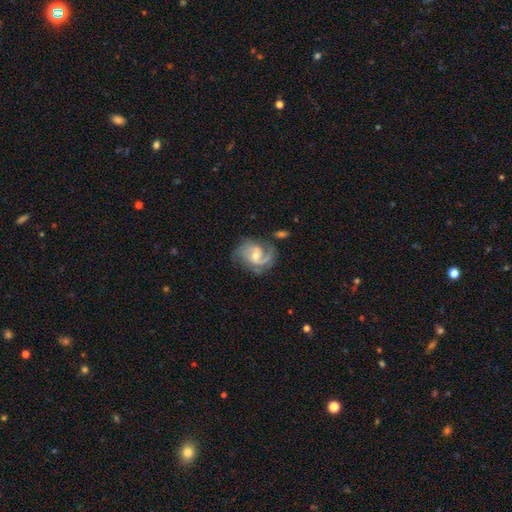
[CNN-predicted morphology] A featured or disk galaxy (84%) with no bar (55%), 2 (65%) medium (49%) spiral arms (95%) and a moderate central bulge (49%). Merging: none (58%).